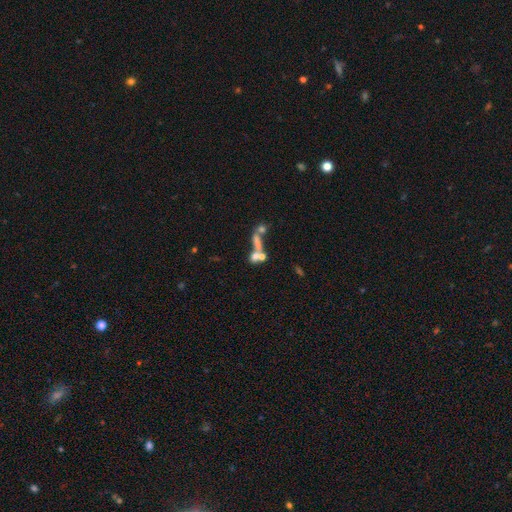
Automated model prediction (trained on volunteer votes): Q: Smooth or featured?
A: smooth (50%); runner-up: featured or disk (33%)
Q: How rounded?
A: in between (35%); runner-up: round (33%)
Q: Merging?
A: merger (50%); runner-up: none (29%)